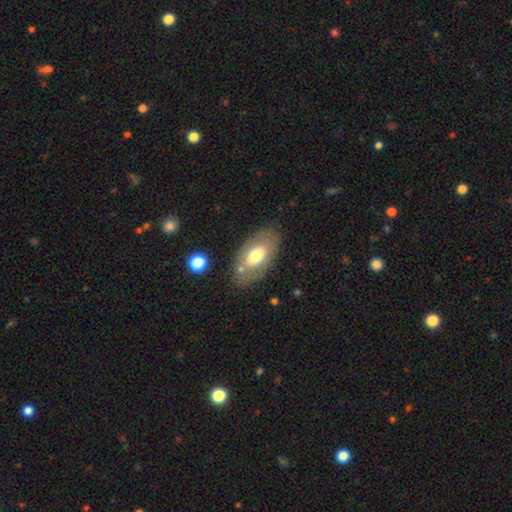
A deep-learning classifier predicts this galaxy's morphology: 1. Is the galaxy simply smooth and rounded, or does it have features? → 63% smooth, 30% featured or disk, 7% star or artifact.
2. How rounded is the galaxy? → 93% in between, 5% round, 2% cigar-shaped.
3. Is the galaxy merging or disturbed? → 75% none, 14% minor disturbance, 5% merger, 5% major disturbance.